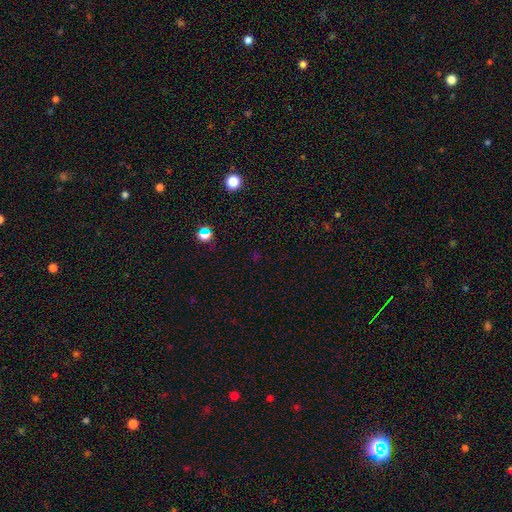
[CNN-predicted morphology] type=star or artifact (68%).